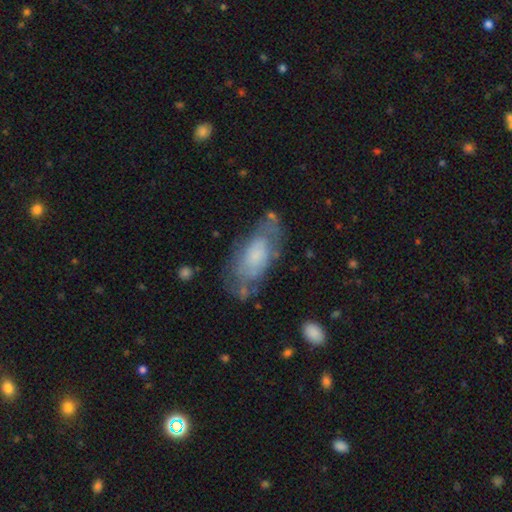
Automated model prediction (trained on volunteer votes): featured or disk 47%, smooth 46%, star or artifact 8%. Down the decision tree: merging — none (59%).